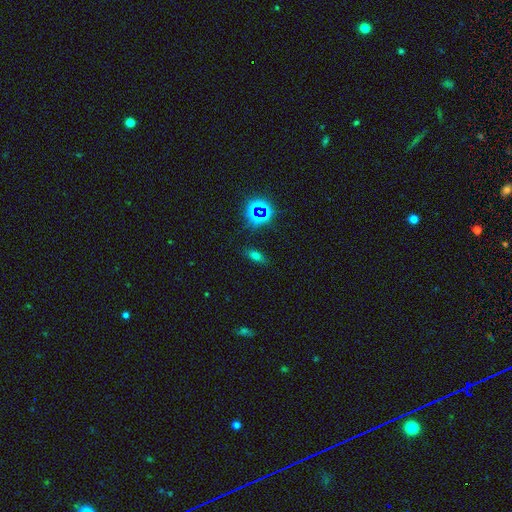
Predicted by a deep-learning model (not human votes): A smooth galaxy with no disk features (62%) that is in between round and cigar-shaped (76%). Merging: none (81%).